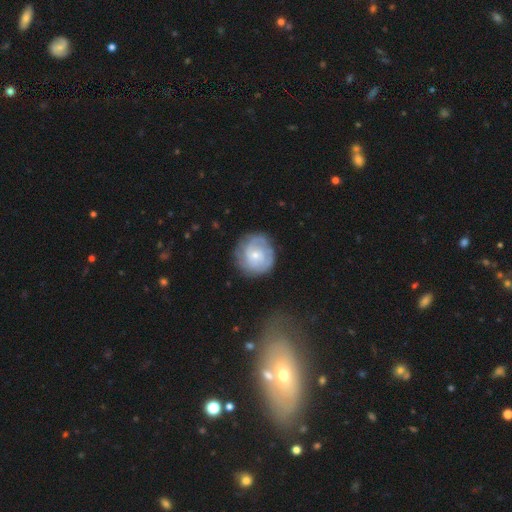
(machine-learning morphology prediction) Overall: featured or disk (66%; smooth 28%). Edge-on disk: no (98%). Bar: no (70%). Spiral arms: yes (85%). Spiral arm count: can't tell (42%; 2 25%). Spiral winding: tight (60%; medium 30%). Bulge size: small (65%; moderate 30%). Merging: none (75%).